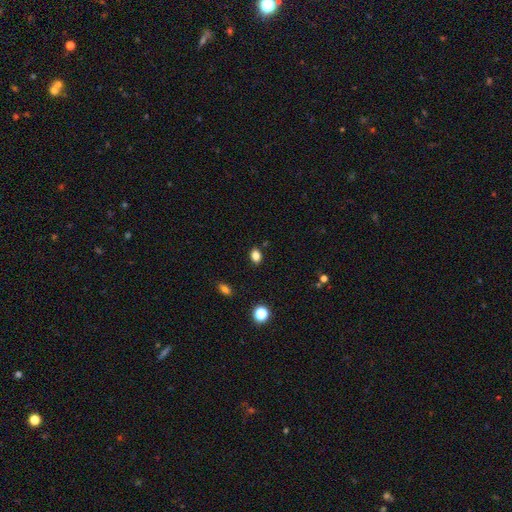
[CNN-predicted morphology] smooth 82%, star or artifact 13%, featured or disk 5%. Down the decision tree: how rounded — in between (73%); merging — none (87%).